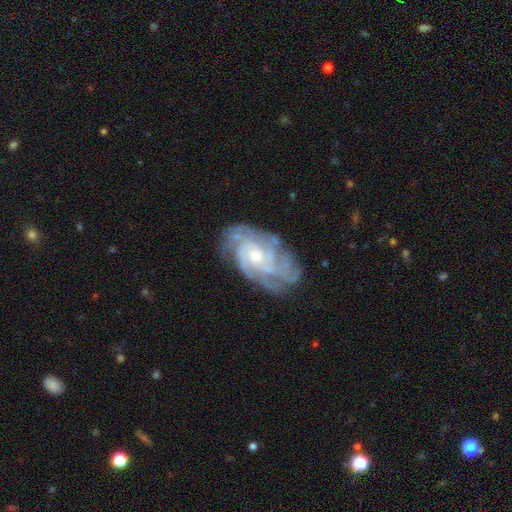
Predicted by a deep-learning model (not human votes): Morphology: type=featured or disk (86%); edge-on=no (96%); bar=no (72%); spiral arms=yes (95%); winding=tight (63%); arm count=can't tell (31%); bulge=small (49%); merging=none (73%).